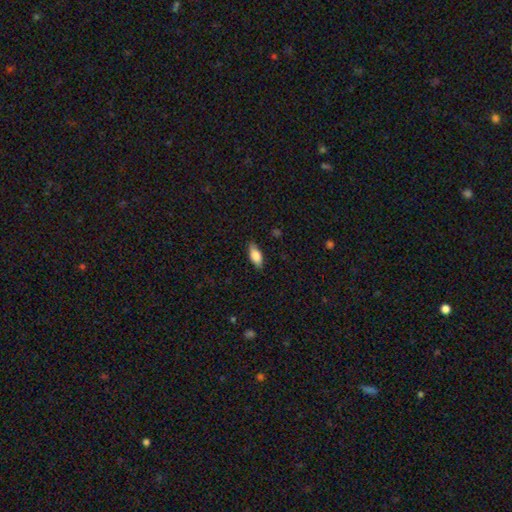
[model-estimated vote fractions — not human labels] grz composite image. It shows a smooth galaxy with no disk features (78%) that is in between round and cigar-shaped (83%). Merging: none (85%).